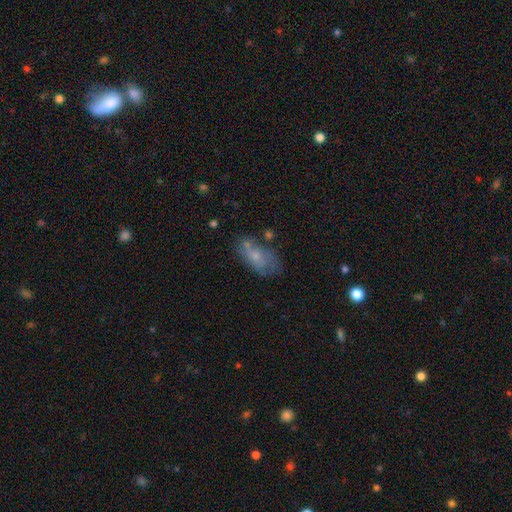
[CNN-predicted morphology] This appears to be a smooth galaxy with no disk features (58%) that is in between round and cigar-shaped (86%). Merging: none (49%).